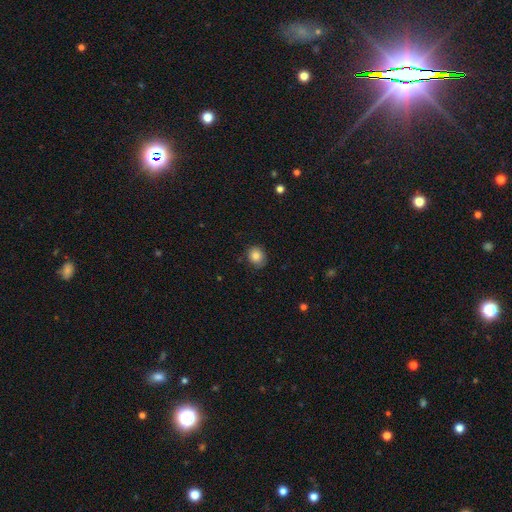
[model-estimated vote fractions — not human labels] A smooth galaxy with no disk features (83%) that is round (73%).

Vote fractions:
- Smooth or featured? smooth: 83% / star or artifact: 9% / featured or disk: 8%
- How rounded? round: 73% / in between: 26% / cigar-shaped: 1%
- Merging? none: 79% / minor disturbance: 16% / major disturbance: 3% / merger: 1%